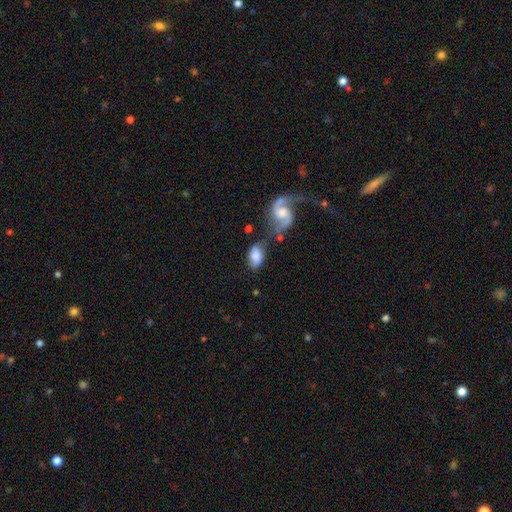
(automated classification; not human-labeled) This is likely a smooth galaxy (63%). How rounded: clearly in between (89%). Merging: marginally none (44%).